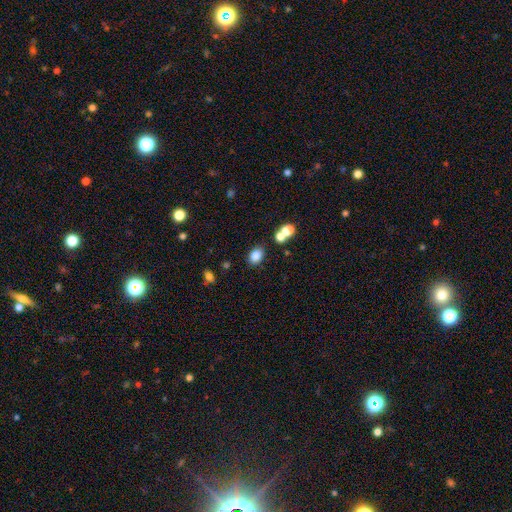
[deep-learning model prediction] The model was most divided on "how rounded": in between: 73%, round: 26%, cigar-shaped: 1%. More confident: smooth or featured — smooth (83%); merging — none (75%).